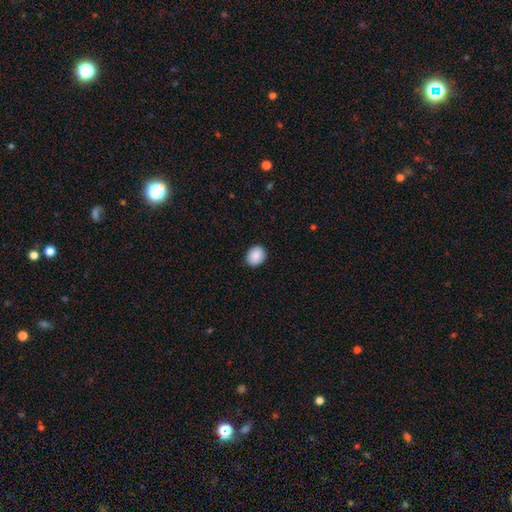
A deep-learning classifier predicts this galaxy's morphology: Smooth or featured? smooth (89%)
How rounded? round (55%)
Merging? none (90%)